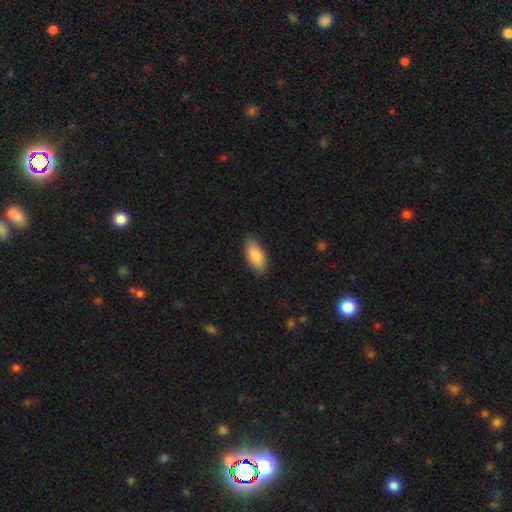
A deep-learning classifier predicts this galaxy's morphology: Smooth or featured? Predicted: smooth (p=0.86). How rounded? Predicted: in between (p=0.91). Merging? Predicted: none (p=0.85).